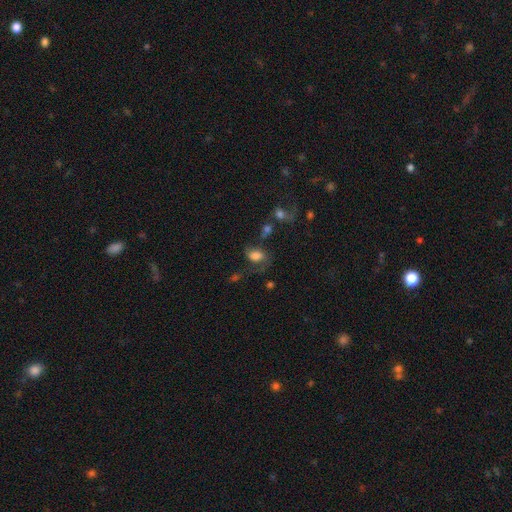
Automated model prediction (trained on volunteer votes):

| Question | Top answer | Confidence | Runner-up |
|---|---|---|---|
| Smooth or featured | smooth | 53% | featured or disk (36%) |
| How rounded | in between | 75% | round (23%) |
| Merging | none | 40% | major disturbance (28%) |